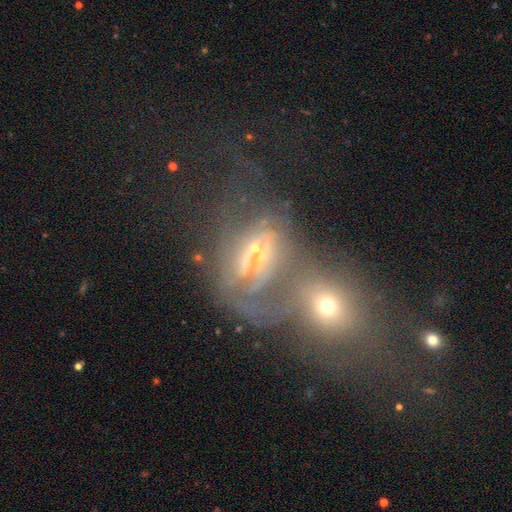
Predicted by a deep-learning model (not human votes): The model was most divided on "spiral arms": yes: 53%, no: 47%. More confident: edge-on disk — no (94%); bar — no (62%); merging — merger (57%); smooth or featured — featured or disk (54%); bulge size — small (54%).